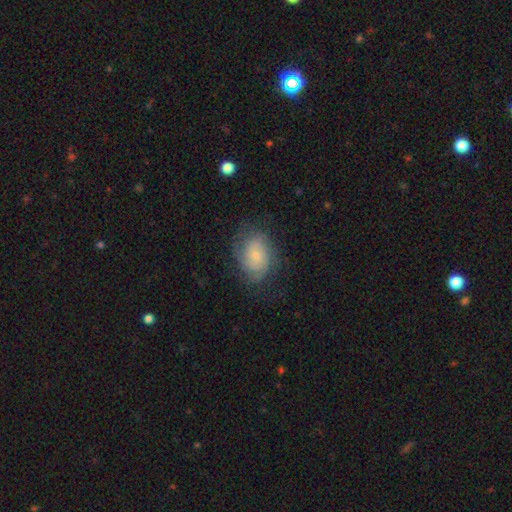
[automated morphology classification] featured or disk 60%, smooth 32%, star or artifact 8%. Down the decision tree: edge-on disk — no (97%); bar — no (75%); spiral arms — yes (87%); spiral arm count — can't tell (41%); spiral winding — tight (55%); bulge size — small (69%); merging — none (69%).